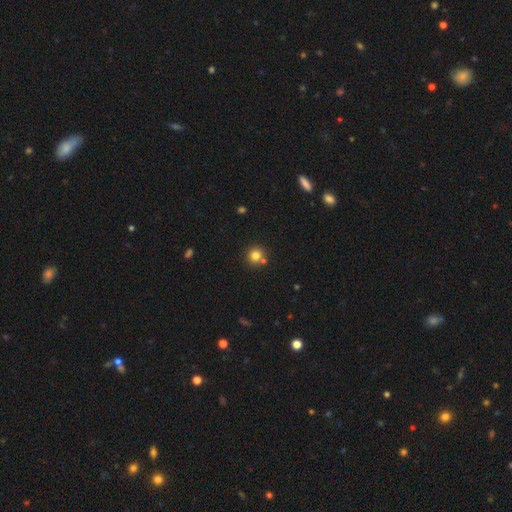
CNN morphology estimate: Smooth or featured?
  - smooth: 79% *
  - star or artifact: 13%
  - featured or disk: 8%
How rounded?
  - round: 92% *
  - in between: 7%
  - cigar-shaped: 1%
Merging?
  - none: 73% *
  - merger: 17%
  - minor disturbance: 8%
  - major disturbance: 2%